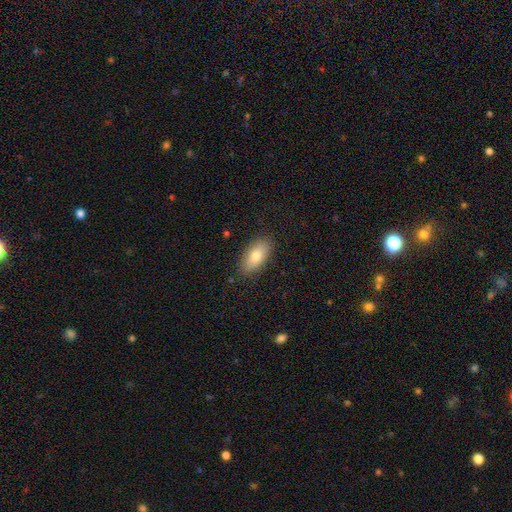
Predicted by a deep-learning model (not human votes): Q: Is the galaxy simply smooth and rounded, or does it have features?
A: smooth — 76%.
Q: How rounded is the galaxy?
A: in between — 89%.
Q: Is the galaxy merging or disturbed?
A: none — 86%.